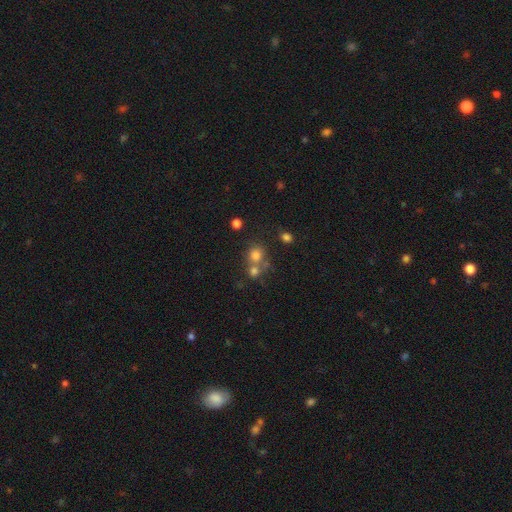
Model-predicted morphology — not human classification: The model was most divided on "merging": none: 50%, merger: 38%, minor disturbance: 8%, major disturbance: 4%. More confident: how rounded — round (84%); smooth or featured — smooth (74%).